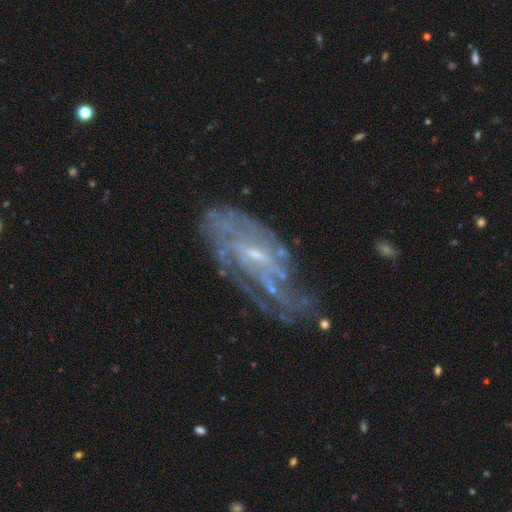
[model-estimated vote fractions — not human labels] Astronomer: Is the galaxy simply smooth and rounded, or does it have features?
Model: featured or disk — 83%.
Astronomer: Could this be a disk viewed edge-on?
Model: no — 92%.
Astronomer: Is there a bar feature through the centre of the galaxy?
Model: weak — 49% (runner-up: no, 34%).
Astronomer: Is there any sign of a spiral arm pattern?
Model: yes — 88%.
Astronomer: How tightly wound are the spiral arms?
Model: tight — 52% (runner-up: medium, 34%).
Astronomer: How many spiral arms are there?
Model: can't tell — 49%.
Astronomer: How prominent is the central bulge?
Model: small — 69%.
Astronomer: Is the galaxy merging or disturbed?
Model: none — 59%.